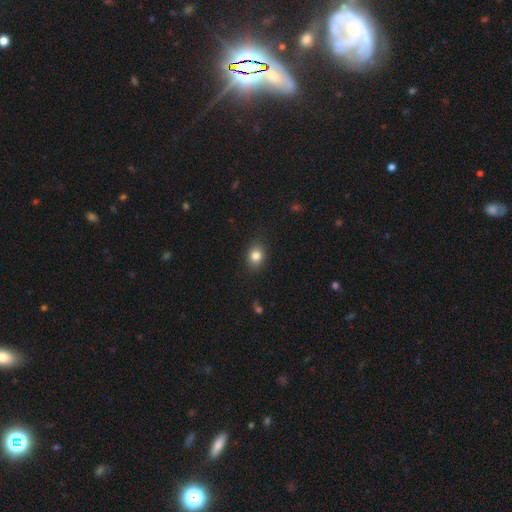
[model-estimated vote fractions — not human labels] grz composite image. It shows a smooth galaxy with no disk features (83%) that is in between round and cigar-shaped (52%). Merging: none (87%).